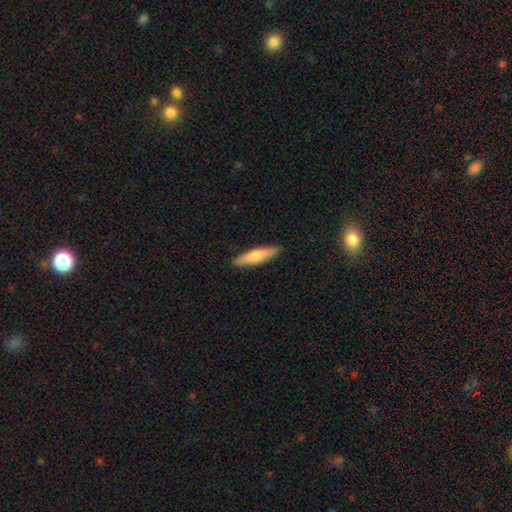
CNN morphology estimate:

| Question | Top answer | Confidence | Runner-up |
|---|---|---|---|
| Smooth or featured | smooth | 67% | featured or disk (27%) |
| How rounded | cigar-shaped | 83% | in between (15%) |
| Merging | none | 90% | minor disturbance (7%) |